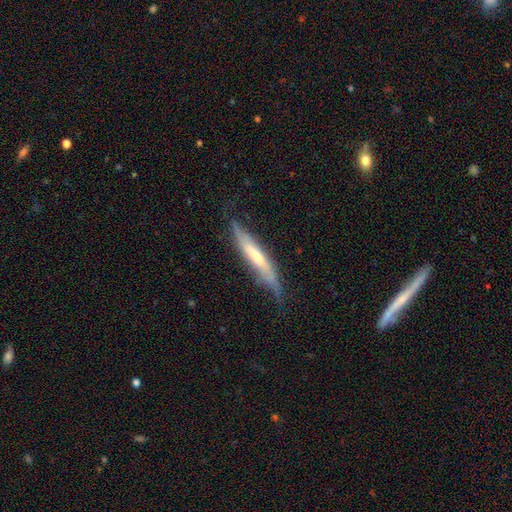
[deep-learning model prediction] Smooth or featured? featured or disk (55%)
Edge-on disk? yes (73%)
Merging? none (61%)